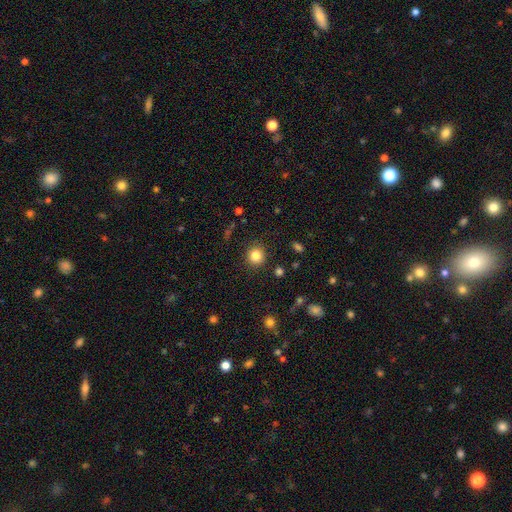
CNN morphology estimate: Q: Smooth or featured?
A: smooth (83%); runner-up: star or artifact (11%)
Q: How rounded?
A: round (91%); runner-up: in between (8%)
Q: Merging?
A: none (90%); runner-up: minor disturbance (7%)